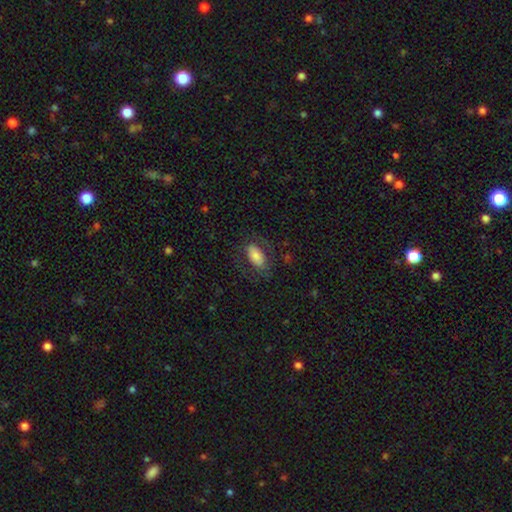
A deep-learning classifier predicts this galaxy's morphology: smooth_or_featured: smooth (p=0.68) [alt: featured or disk p=0.24]
how_rounded: in between (p=0.92) [alt: round p=0.04]
merging: none (p=0.68) [alt: minor disturbance p=0.17]